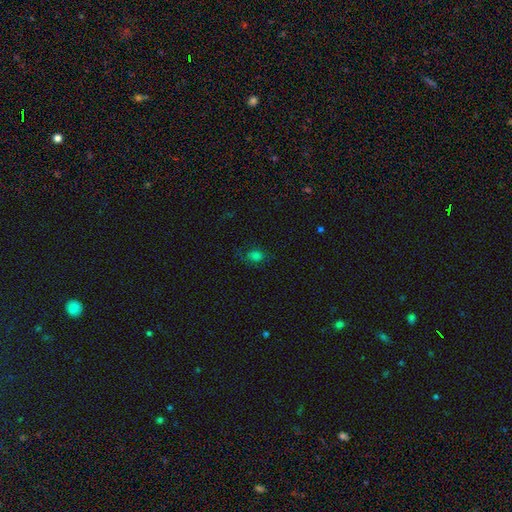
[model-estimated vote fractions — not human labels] Overall: smooth (69%). How rounded: in between (68%; round 30%). Merging: none (62%; minor disturbance 23%).